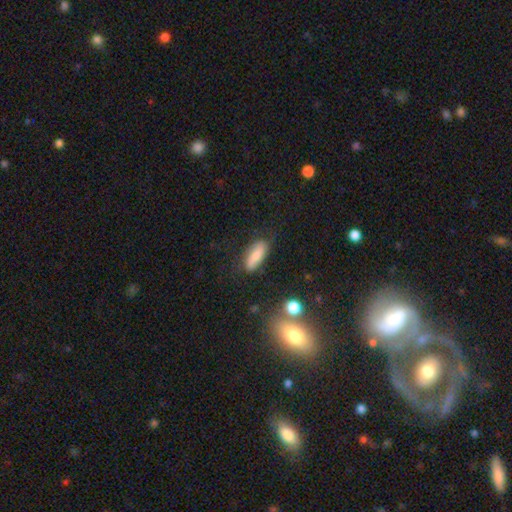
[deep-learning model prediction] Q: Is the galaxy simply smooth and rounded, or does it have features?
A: smooth — 76%.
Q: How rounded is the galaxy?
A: in between — 67%.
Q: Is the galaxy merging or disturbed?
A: none — 71%.